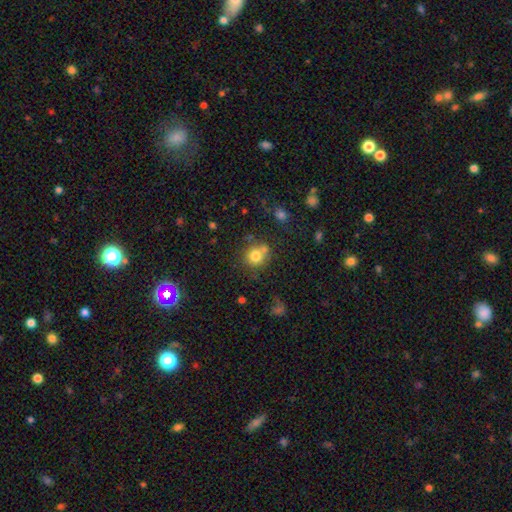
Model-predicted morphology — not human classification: Smooth or featured?
  - smooth: 78% *
  - star or artifact: 12%
  - featured or disk: 10%
How rounded?
  - round: 88% *
  - in between: 11%
  - cigar-shaped: 1%
Merging?
  - none: 65% *
  - merger: 20%
  - minor disturbance: 12%
  - major disturbance: 4%